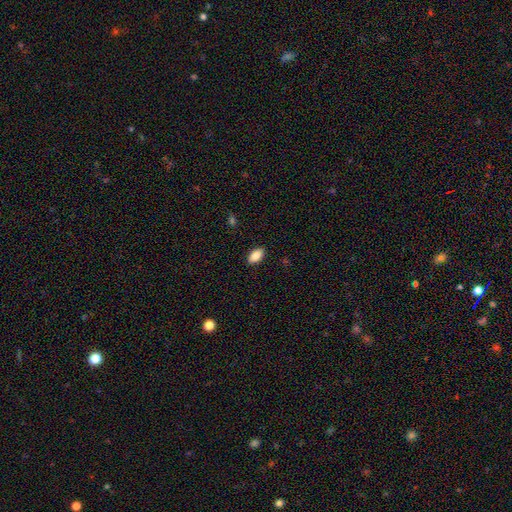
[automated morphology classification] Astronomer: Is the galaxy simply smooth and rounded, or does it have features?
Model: smooth — 87%.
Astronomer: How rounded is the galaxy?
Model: in between — 92%.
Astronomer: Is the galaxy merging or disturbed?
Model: none — 89%.